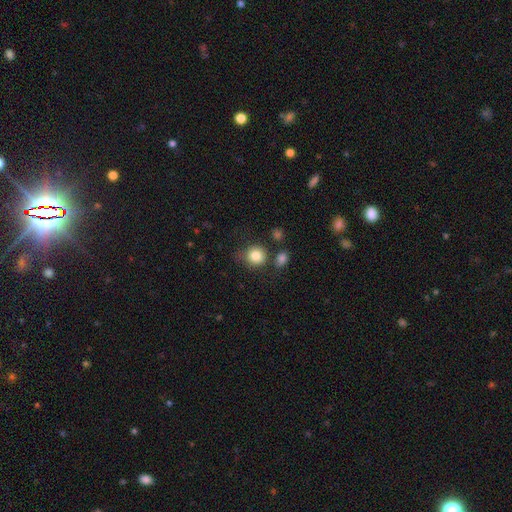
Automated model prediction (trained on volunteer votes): smooth-or-featured: smooth: 84% | star or artifact: 10% | featured or disk: 7%
  how-rounded: round: 84% | in between: 15% | cigar-shaped: 1%
  merging: none: 66% | minor disturbance: 18% | merger: 9% | major disturbance: 6%